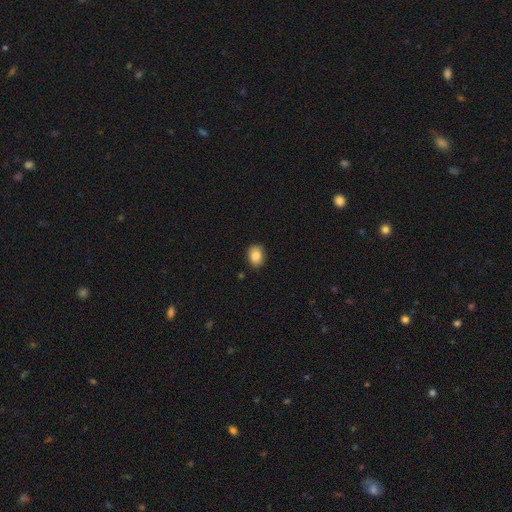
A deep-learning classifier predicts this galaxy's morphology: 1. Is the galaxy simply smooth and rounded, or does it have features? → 87% smooth, 8% star or artifact, 5% featured or disk.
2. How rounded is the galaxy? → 68% in between, 31% round, 1% cigar-shaped.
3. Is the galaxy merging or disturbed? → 86% none, 11% minor disturbance, 2% major disturbance, 1% merger.